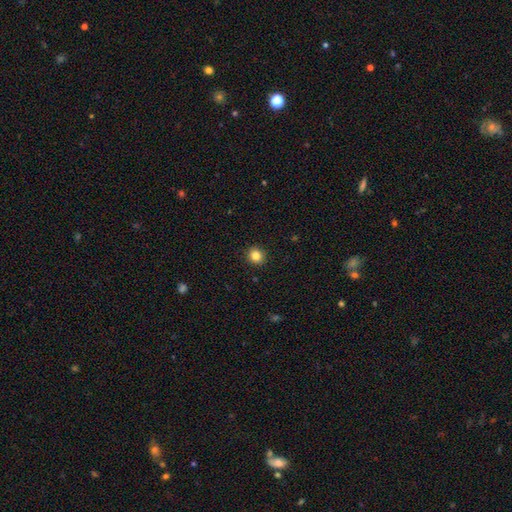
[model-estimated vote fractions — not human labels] This appears to be a smooth galaxy with no disk features (83%) that is round (90%). Merging: none (92%).